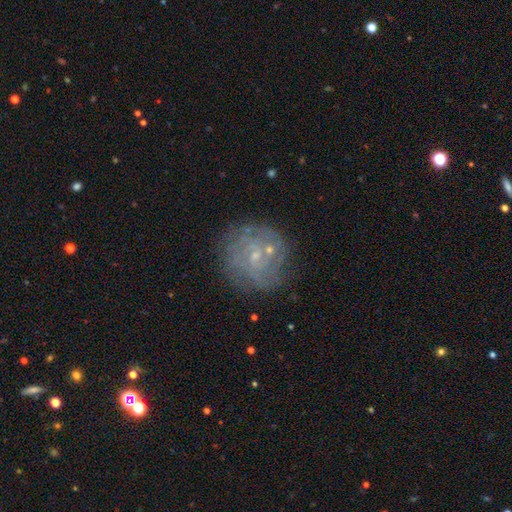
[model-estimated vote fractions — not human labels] Smooth or featured? featured or disk (58%)
Edge-on disk? no (97%)
Bar? no (67%)
Spiral arms? yes (64%)
Bulge size? small (80%)
Merging? none (74%)